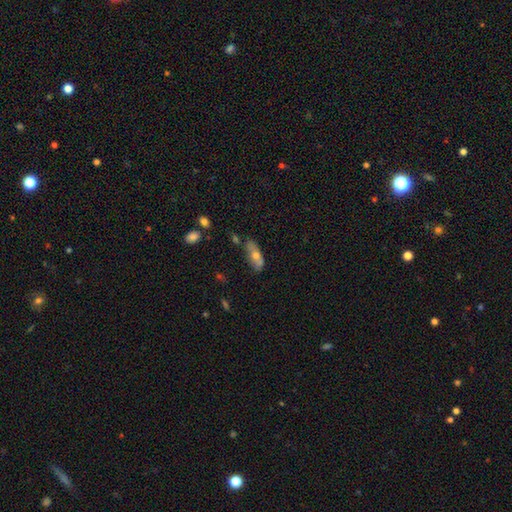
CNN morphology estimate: Overall: smooth (55%; featured or disk 36%). How rounded: in between (67%; cigar-shaped 28%). Merging: none (60%; minor disturbance 23%).